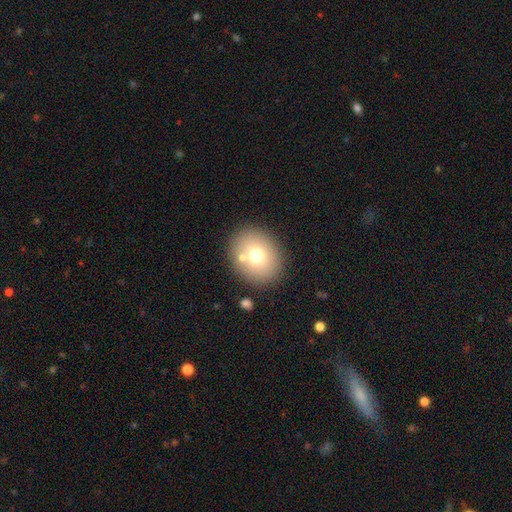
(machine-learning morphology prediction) Smooth or featured: smooth — 71% (featured or disk — 17%)
How rounded: round — 63% (in between — 36%)
Merging: none — 81% (minor disturbance — 9%)